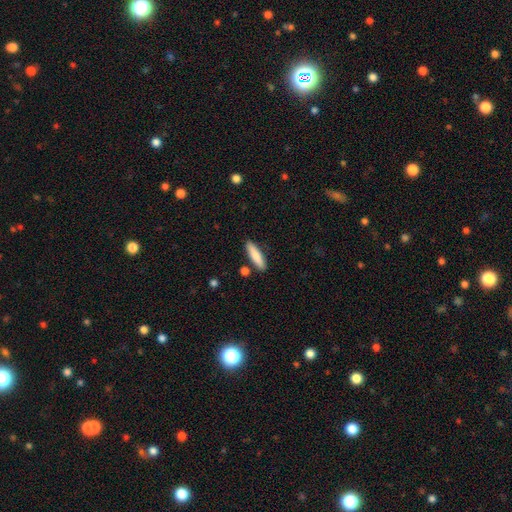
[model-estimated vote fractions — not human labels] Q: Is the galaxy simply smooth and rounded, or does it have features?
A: smooth — 82%.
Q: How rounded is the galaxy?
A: cigar-shaped — 76%.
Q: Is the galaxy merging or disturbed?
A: none — 86%.